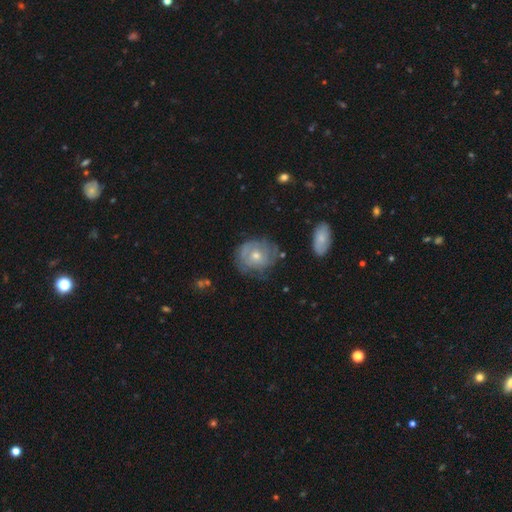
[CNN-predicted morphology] The model was most divided on "bulge size": moderate: 57%, small: 39%, large: 2%, none: 1%, dominant: 1%. More confident: edge-on disk — no (96%); bar — no (81%); spiral arms — yes (75%); merging — none (69%); smooth or featured — featured or disk (63%).